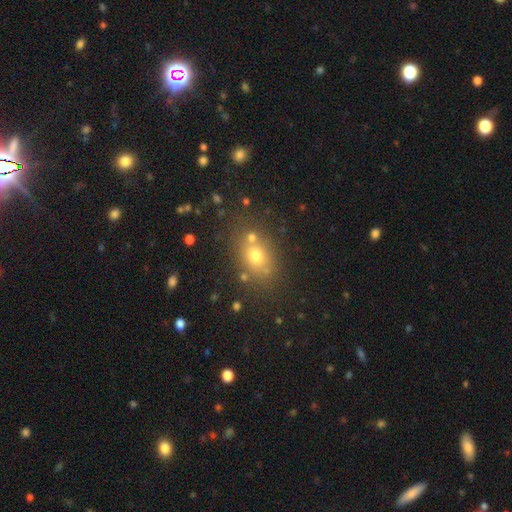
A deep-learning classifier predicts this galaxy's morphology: The model was most divided on "how rounded": in between: 57%, round: 41%, cigar-shaped: 2%. More confident: smooth or featured — smooth (67%); merging — none (67%).